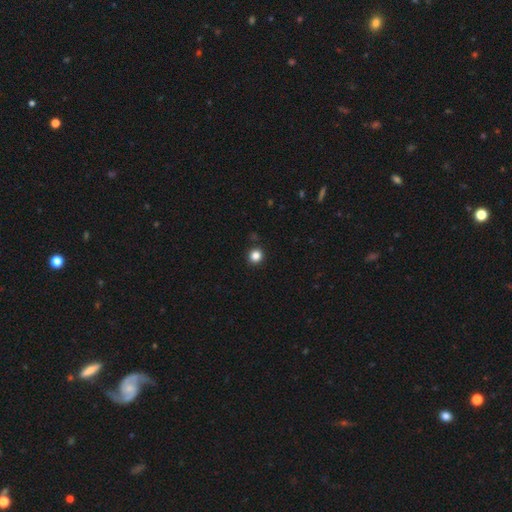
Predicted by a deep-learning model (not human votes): smooth-or-featured: smooth: 84% | star or artifact: 12% | featured or disk: 3%
  how-rounded: round: 92% | in between: 7% | cigar-shaped: 1%
  merging: none: 92% | minor disturbance: 5% | major disturbance: 2% | merger: 1%